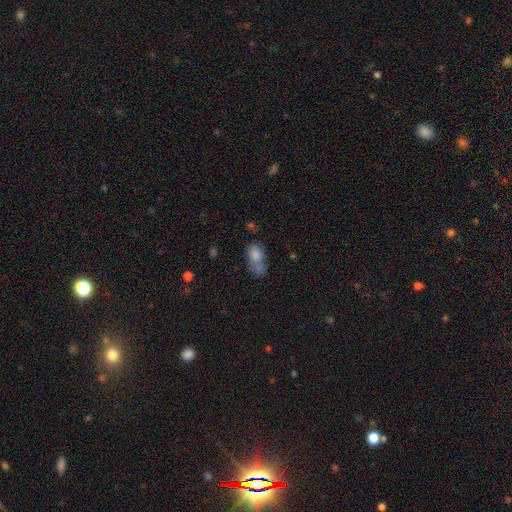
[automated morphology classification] smooth-or-featured: smooth: 72% | featured or disk: 19% | star or artifact: 10%
  how-rounded: in between: 86% | round: 10% | cigar-shaped: 3%
  merging: none: 29% | major disturbance: 26% | minor disturbance: 26% | merger: 19%